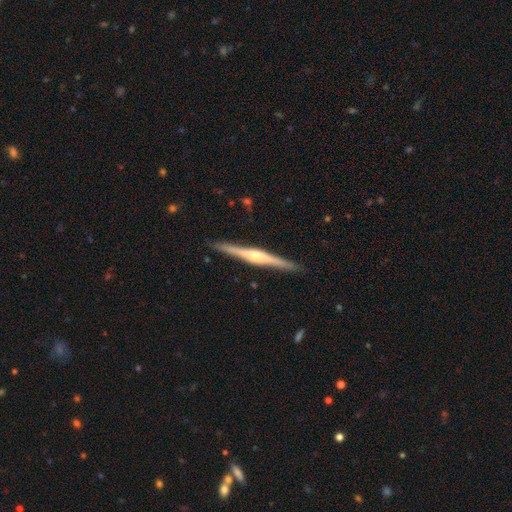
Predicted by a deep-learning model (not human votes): A featured or disk galaxy (82%) viewed edge-on (98%) with a rounded central bulge (76%). Merging: none (92%).